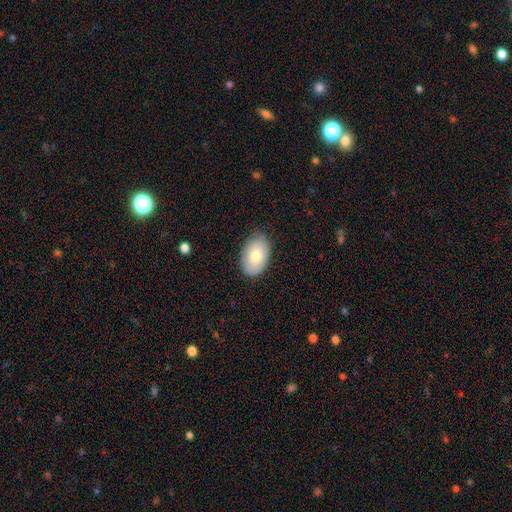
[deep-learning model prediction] Smooth or featured? Predicted: smooth (p=0.75). How rounded? Predicted: in between (p=0.90). Merging? Predicted: none (p=0.82).